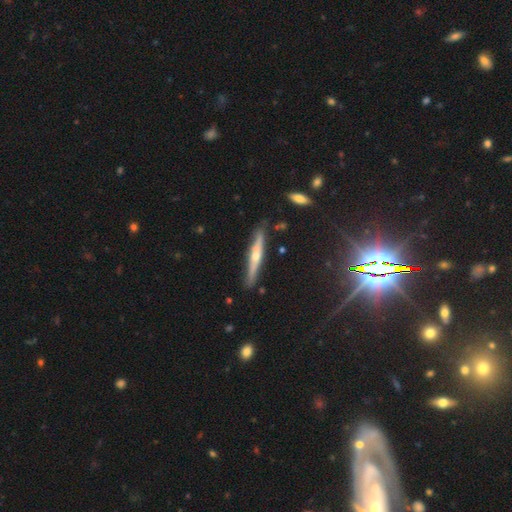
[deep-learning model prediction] Smooth or featured? Predicted: featured or disk (p=0.65). Edge-on disk? Predicted: yes (p=0.95). Edge-on bulge? Predicted: rounded (p=0.87). Merging? Predicted: none (p=0.85).